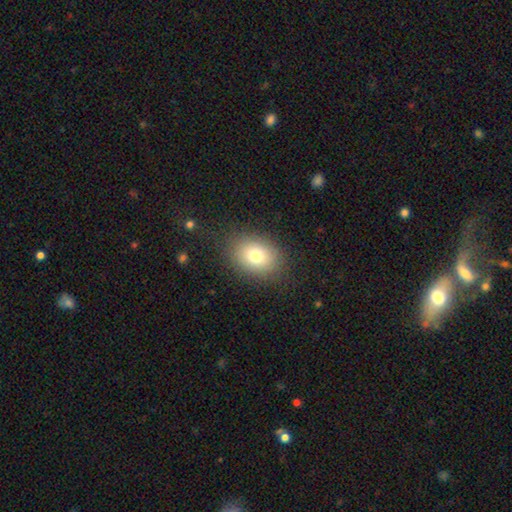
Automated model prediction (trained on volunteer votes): A smooth galaxy with no disk features (77%) that is in between round and cigar-shaped (65%).

Vote fractions:
- Smooth or featured? smooth: 77% / featured or disk: 12% / star or artifact: 11%
- How rounded? in between: 65% / round: 35% / cigar-shaped: 1%
- Merging? none: 83% / minor disturbance: 11% / major disturbance: 5% / merger: 1%